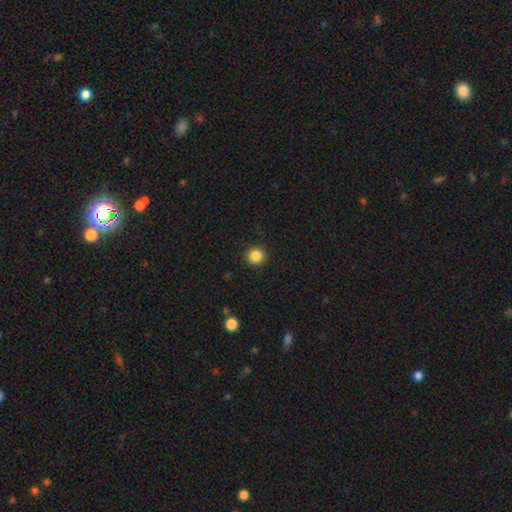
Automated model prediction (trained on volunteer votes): Smooth or featured: smooth — 86% (star or artifact — 11%)
How rounded: round — 95% (in between — 4%)
Merging: none — 92% (minor disturbance — 5%)